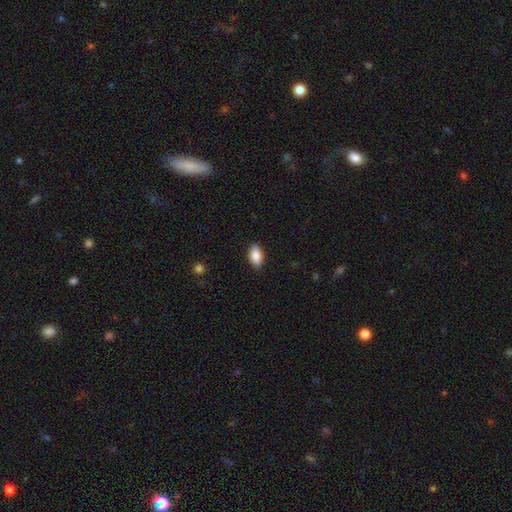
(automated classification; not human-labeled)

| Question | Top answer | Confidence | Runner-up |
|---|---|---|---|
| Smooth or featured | smooth | 85% | featured or disk (8%) |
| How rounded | in between | 90% | cigar-shaped (6%) |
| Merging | none | 86% | minor disturbance (11%) |